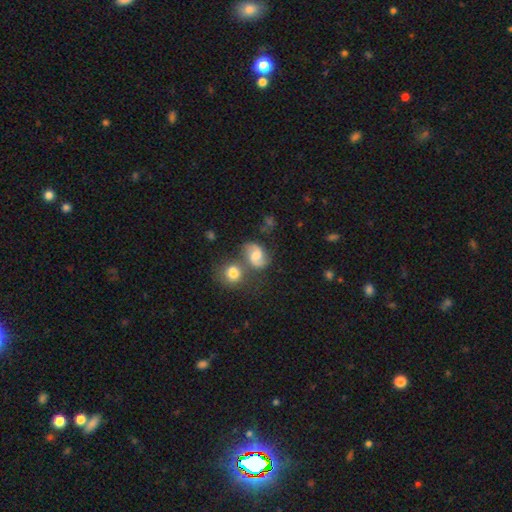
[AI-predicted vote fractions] Smooth or featured? Predicted: featured or disk (p=0.66). Edge-on disk? Predicted: no (p=0.98). Bar? Predicted: weak (p=0.46). Spiral arms? Predicted: yes (p=0.93). Spiral winding? Predicted: medium (p=0.49). Spiral arm count? Predicted: 2 (p=0.92). Bulge size? Predicted: moderate (p=0.55). Merging? Predicted: none (p=0.59).